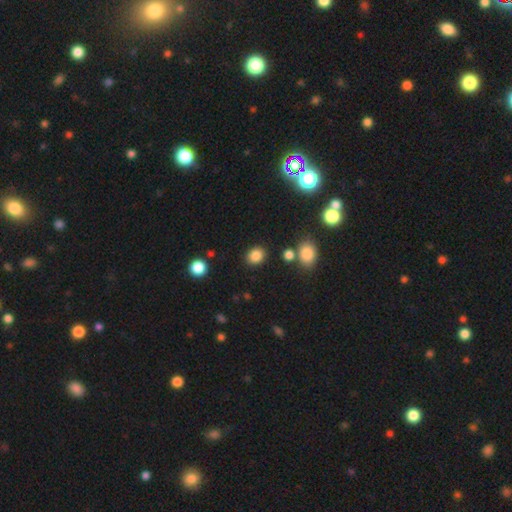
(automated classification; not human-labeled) smooth-or-featured: smooth: 84% | star or artifact: 11% | featured or disk: 4%
  how-rounded: round: 64% | in between: 35% | cigar-shaped: 1%
  merging: none: 84% | minor disturbance: 8% | merger: 4% | major disturbance: 3%